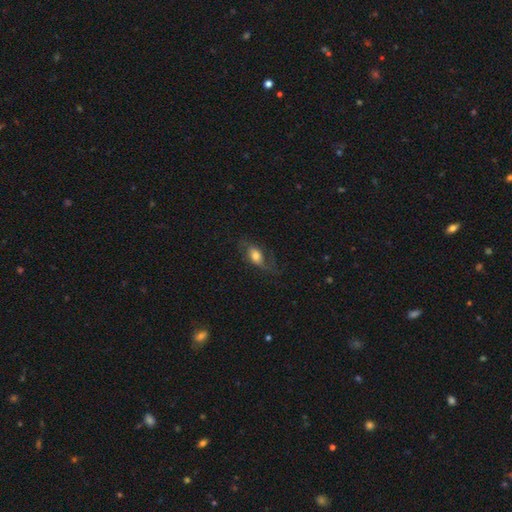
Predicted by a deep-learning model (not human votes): smooth-or-featured: smooth: 46% | featured or disk: 45% | star or artifact: 8%
  merging: none: 56% | major disturbance: 22% | minor disturbance: 21% | merger: 2%